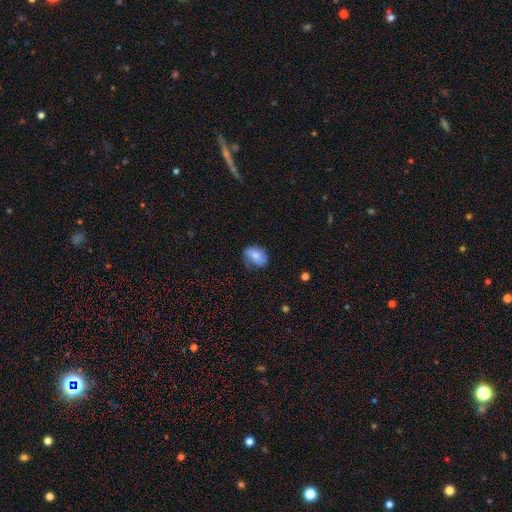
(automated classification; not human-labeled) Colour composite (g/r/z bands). It shows a smooth galaxy with no disk features (75%) that is in between round and cigar-shaped (80%). Merging: none (61%).